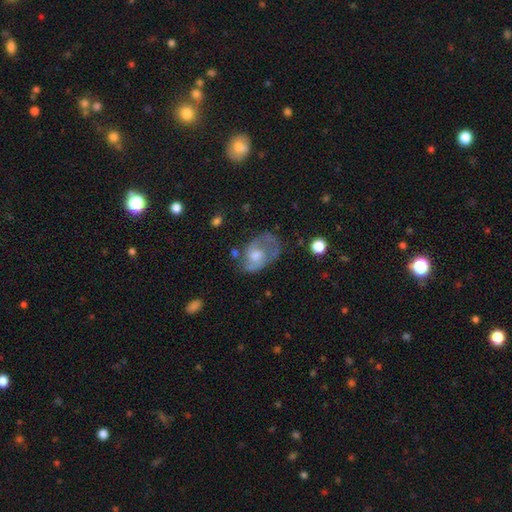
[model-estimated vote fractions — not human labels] featured or disk 67%, smooth 26%, star or artifact 7%. Down the decision tree: edge-on disk — no (96%); bar — no (66%); spiral arms — yes (76%); bulge size — moderate (53%); merging — none (47%).